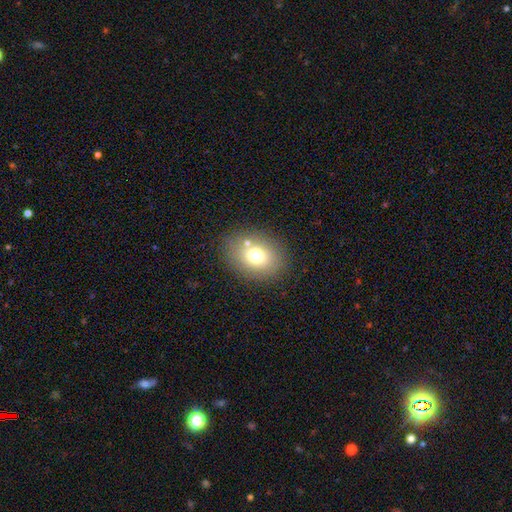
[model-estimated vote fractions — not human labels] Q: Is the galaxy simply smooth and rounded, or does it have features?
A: smooth — 72%.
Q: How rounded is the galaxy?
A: in between — 52%.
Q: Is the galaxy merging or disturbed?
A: none — 81%.